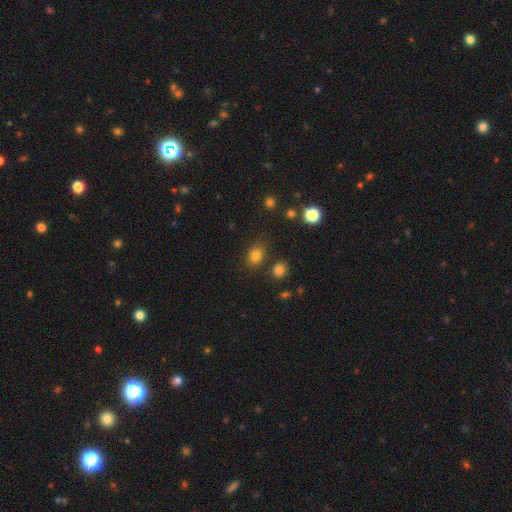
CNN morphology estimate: Smooth or featured: smooth — 80% (star or artifact — 14%)
How rounded: in between — 56% (round — 43%)
Merging: none — 77% (minor disturbance — 13%)